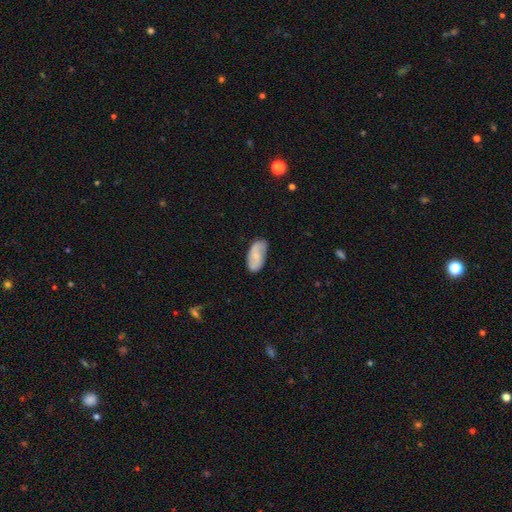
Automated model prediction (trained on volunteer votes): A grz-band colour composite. It shows a smooth galaxy with no disk features (55%) that is in between round and cigar-shaped (93%). Merging: none (69%).